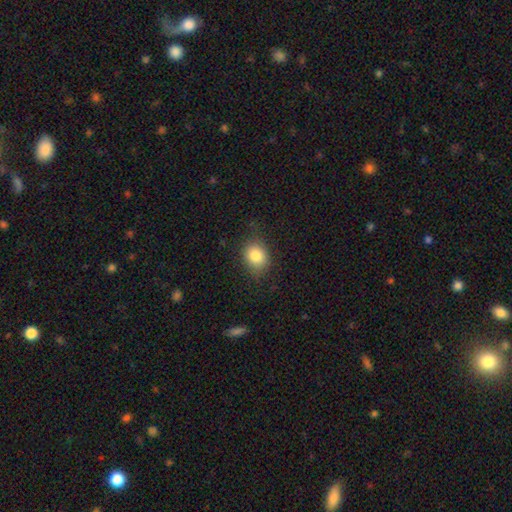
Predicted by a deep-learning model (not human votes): Smooth or featured? smooth (83%)
How rounded? round (50%)
Merging? none (75%)